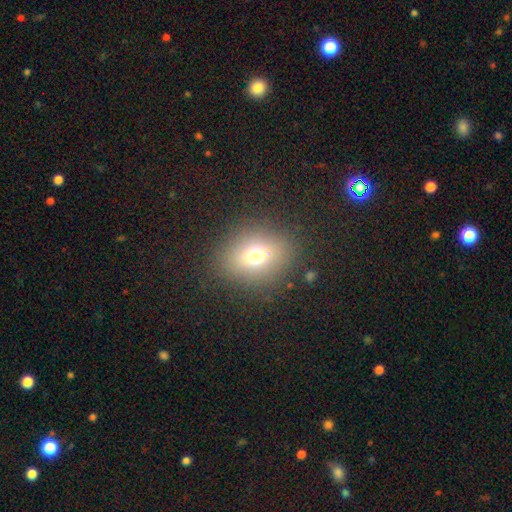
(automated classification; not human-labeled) A smooth galaxy with no disk features (68%) that is round (58%). Merging: none (84%).